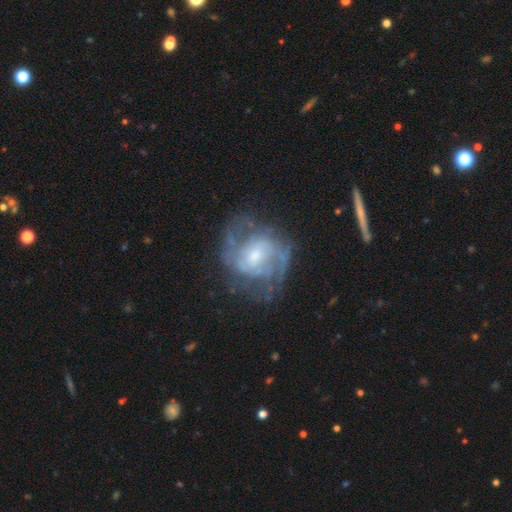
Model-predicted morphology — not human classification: Smooth or featured: featured or disk — 85% (smooth — 9%)
Edge-on disk: no — 97% (yes — 3%)
Bar: weak — 45% (no — 44%)
Spiral arms: yes — 93% (no — 7%)
Spiral winding: medium — 49% (tight — 35%)
Spiral arm count: 2 — 64% (can't tell — 17%)
Bulge size: moderate — 48% (small — 40%)
Merging: none — 67% (minor disturbance — 18%)